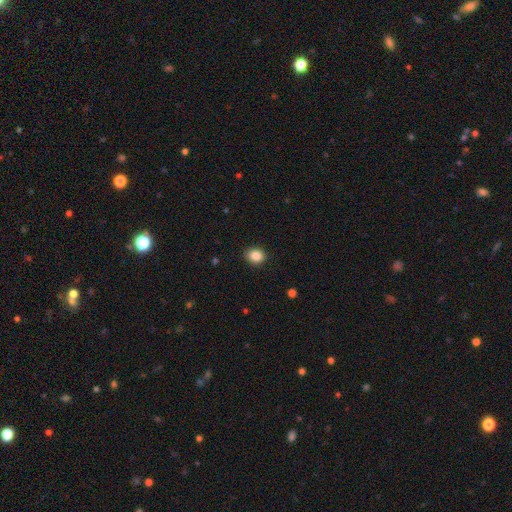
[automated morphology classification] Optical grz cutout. It shows a smooth galaxy with no disk features (87%) that is round (64%). Merging: none (89%).